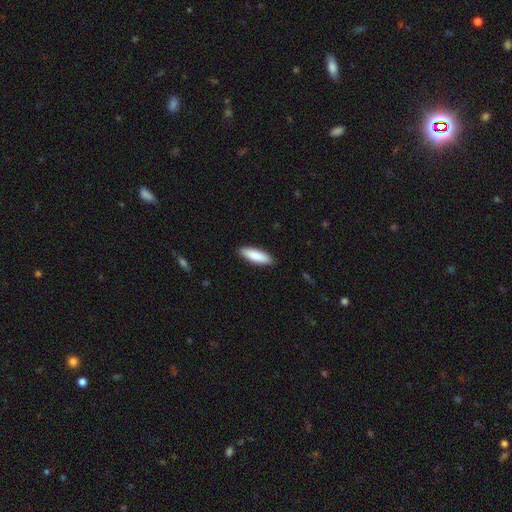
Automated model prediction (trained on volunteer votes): This appears to be a smooth galaxy with no disk features (87%) that is cigar-shaped (53%). Merging: none (90%).